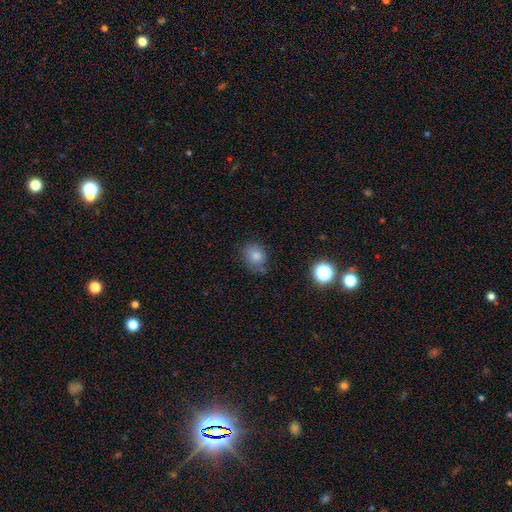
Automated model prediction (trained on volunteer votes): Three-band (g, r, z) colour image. It shows a smooth galaxy with no disk features (76%) that is round (66%). Merging: none (71%).